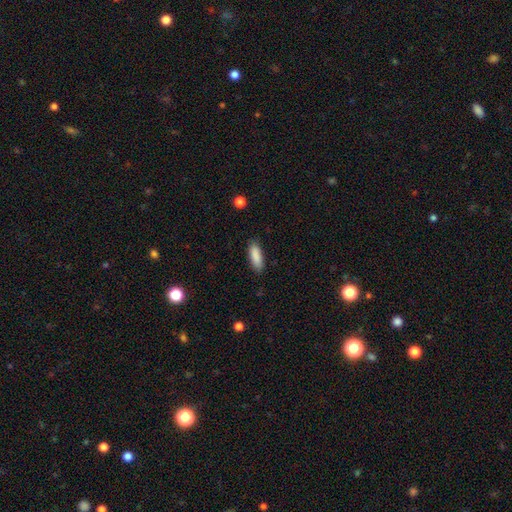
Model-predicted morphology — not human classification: Smooth or featured?
  - smooth: 89% *
  - star or artifact: 6%
  - featured or disk: 5%
How rounded?
  - in between: 60% *
  - cigar-shaped: 39%
  - round: 2%
Merging?
  - none: 85% *
  - minor disturbance: 11%
  - major disturbance: 2%
  - merger: 1%